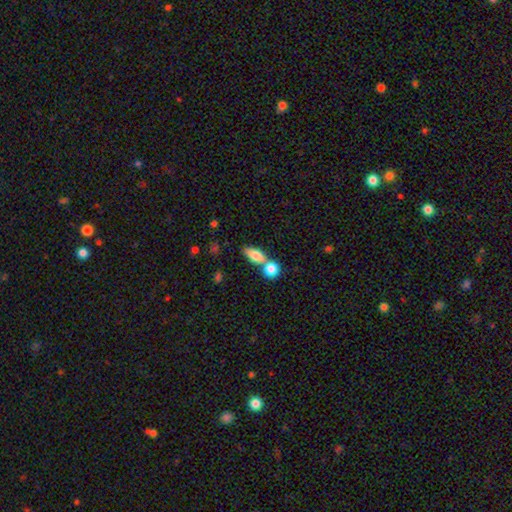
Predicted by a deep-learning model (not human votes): smooth-or-featured: smooth: 79% | featured or disk: 13% | star or artifact: 8%
  how-rounded: in between: 73% | cigar-shaped: 14% | round: 13%
  merging: merger: 50% | none: 38% | minor disturbance: 8% | major disturbance: 4%